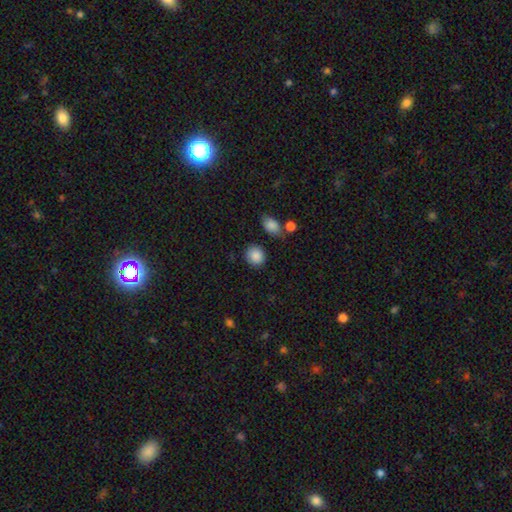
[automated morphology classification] This is clearly a smooth galaxy (88%). How rounded: likely round (78%). Merging: clearly none (82%).